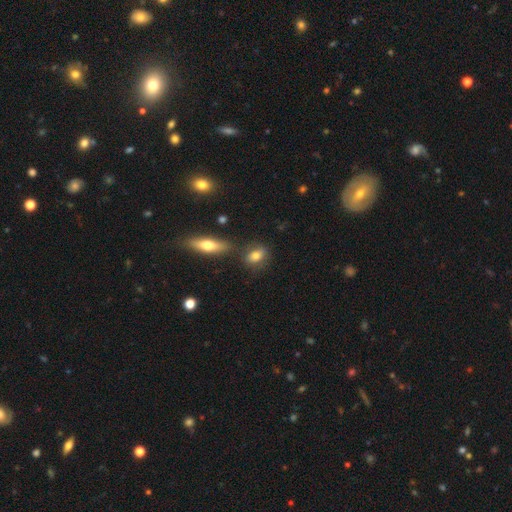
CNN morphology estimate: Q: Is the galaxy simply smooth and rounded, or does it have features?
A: smooth — 75%.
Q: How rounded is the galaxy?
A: in between — 75%.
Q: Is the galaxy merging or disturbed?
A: none — 73%.